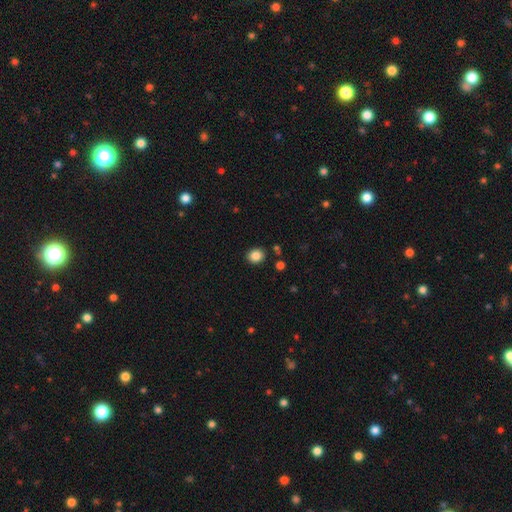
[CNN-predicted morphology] Smooth or featured? smooth (85%)
How rounded? round (67%)
Merging? none (88%)